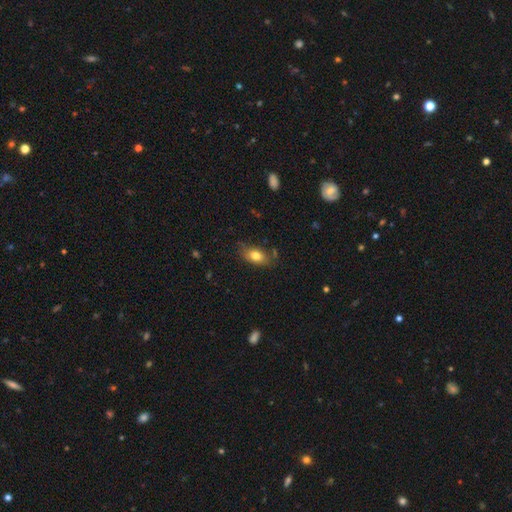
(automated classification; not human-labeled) smooth 77%, featured or disk 15%, star or artifact 8%. Down the decision tree: how rounded — in between (86%); merging — none (72%).